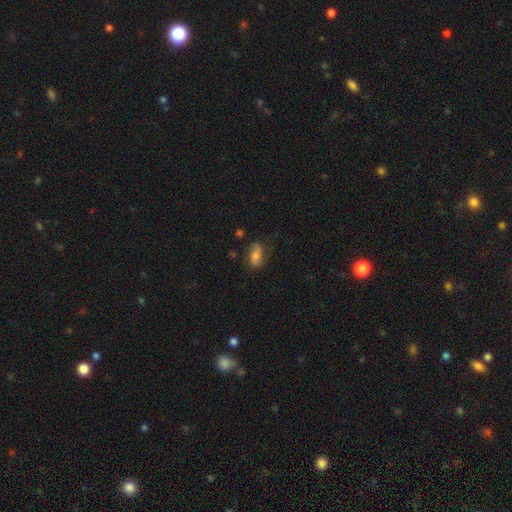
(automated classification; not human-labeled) This appears to be a smooth galaxy with no disk features (65%) that is in between round and cigar-shaped (85%). Merging: none (63%).